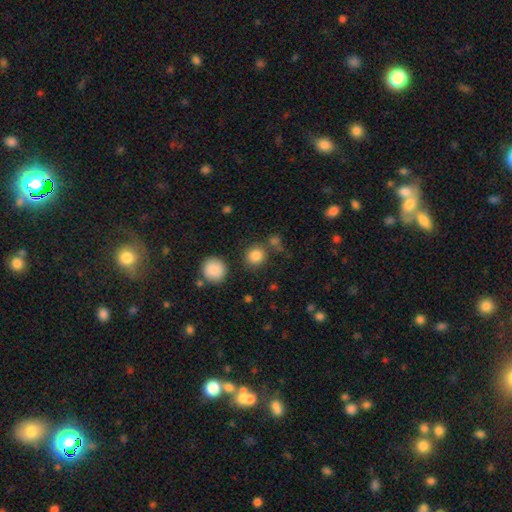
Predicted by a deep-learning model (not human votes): Smooth or featured? Predicted: smooth (p=0.83). How rounded? Predicted: round (p=0.88). Merging? Predicted: none (p=0.79).